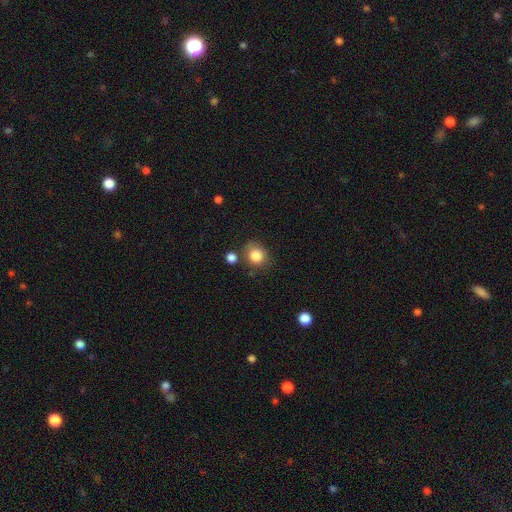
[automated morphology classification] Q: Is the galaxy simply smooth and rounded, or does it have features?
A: smooth — 84%.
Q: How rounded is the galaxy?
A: round — 72%.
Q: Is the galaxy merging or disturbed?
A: none — 73%.